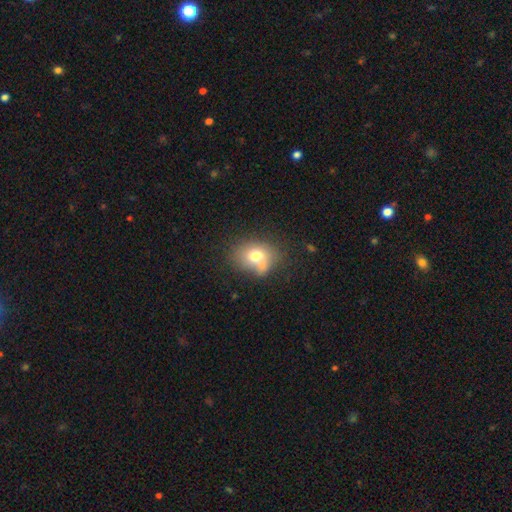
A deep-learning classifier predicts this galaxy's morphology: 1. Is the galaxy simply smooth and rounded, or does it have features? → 70% smooth, 18% featured or disk, 12% star or artifact.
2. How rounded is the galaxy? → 51% in between, 48% round, 1% cigar-shaped.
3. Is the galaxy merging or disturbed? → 48% none, 21% minor disturbance, 21% merger, 10% major disturbance.